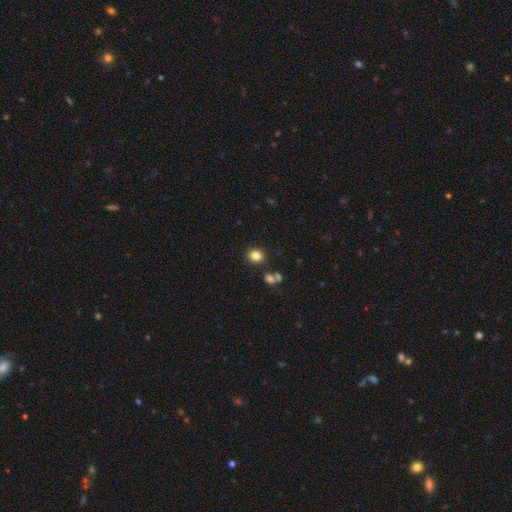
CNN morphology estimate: Smooth or featured? smooth (82%)
How rounded? round (72%)
Merging? none (84%)